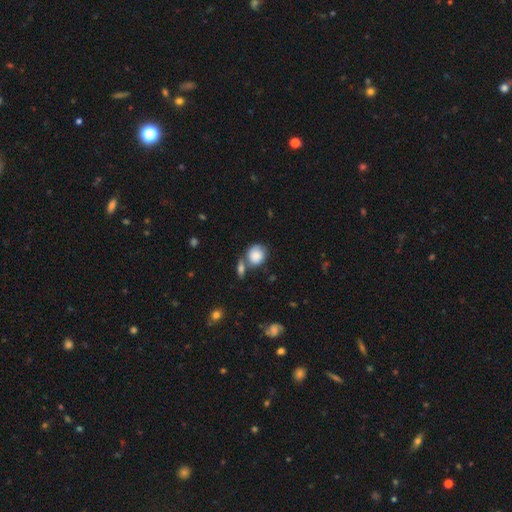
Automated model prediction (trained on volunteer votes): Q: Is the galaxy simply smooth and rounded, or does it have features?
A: smooth — 83%.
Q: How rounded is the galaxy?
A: round — 74%.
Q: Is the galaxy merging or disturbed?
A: none — 52%.